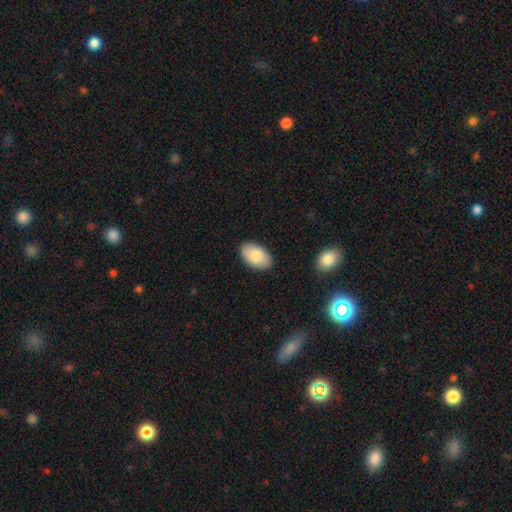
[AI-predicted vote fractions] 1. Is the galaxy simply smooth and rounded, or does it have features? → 80% smooth, 14% featured or disk, 6% star or artifact.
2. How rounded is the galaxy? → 94% in between, 5% round, 1% cigar-shaped.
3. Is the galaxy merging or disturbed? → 88% none, 9% minor disturbance, 2% major disturbance, 1% merger.